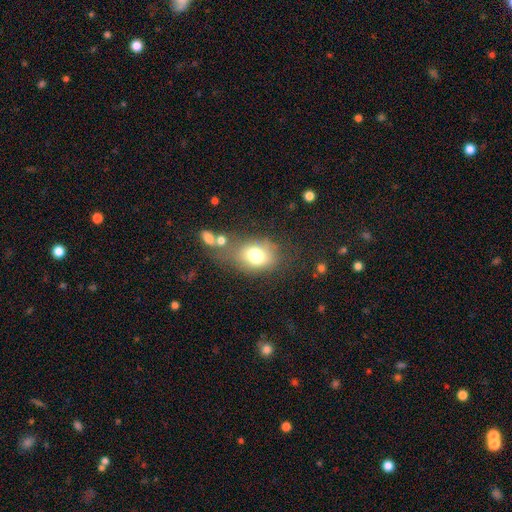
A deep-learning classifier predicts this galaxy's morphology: Q: Smooth or featured?
A: smooth (73%); runner-up: featured or disk (16%)
Q: How rounded?
A: in between (65%); runner-up: round (34%)
Q: Merging?
A: none (49%); runner-up: minor disturbance (21%)